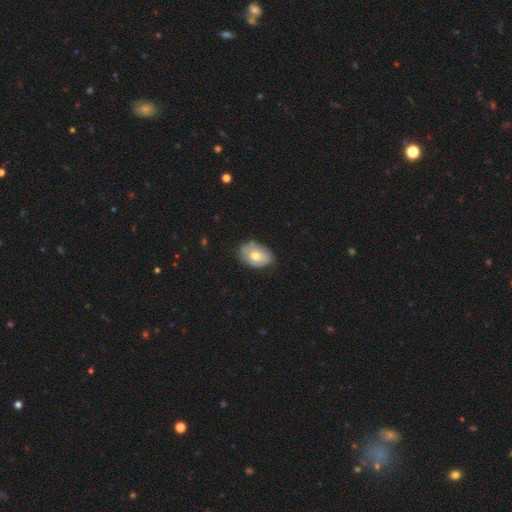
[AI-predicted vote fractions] This is likely a smooth galaxy (63%). How rounded: clearly in between (81%). Merging: likely none (69%).